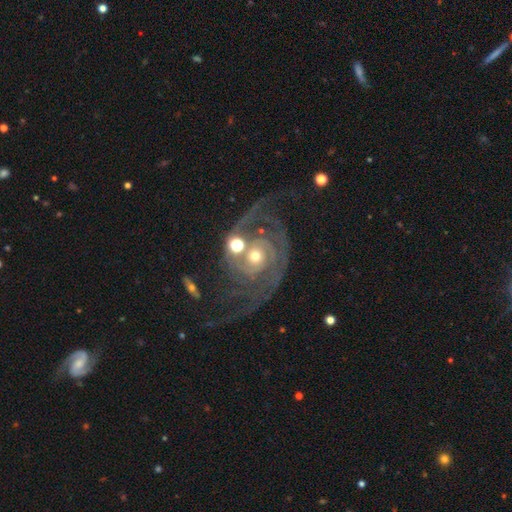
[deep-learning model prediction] This is clearly a featured or disk galaxy (90%). It is clearly not viewed edge-on (97%). Bar: likely no (75%). Spiral arm pattern: clearly yes (97%). Spiral arm count: likely 2 (72%). Spiral winding: marginally tight (42%, tied with medium). Central bulge: possibly moderate (49%). Merging: possibly none (50%).